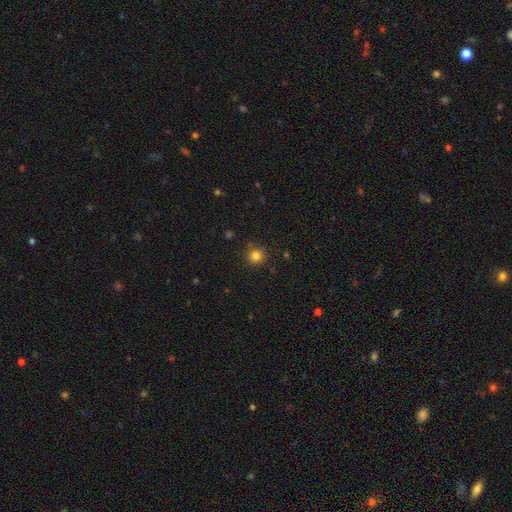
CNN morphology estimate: A smooth galaxy with no disk features (83%) that is round (94%).

Vote fractions:
- Smooth or featured? smooth: 83% / star or artifact: 13% / featured or disk: 4%
- How rounded? round: 94% / in between: 5% / cigar-shaped: 1%
- Merging? none: 88% / minor disturbance: 8% / major disturbance: 2% / merger: 2%